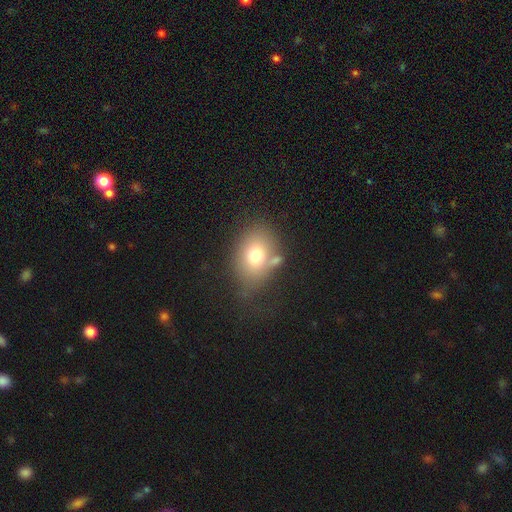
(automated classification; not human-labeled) Q: Smooth or featured?
A: smooth (72%); runner-up: featured or disk (17%)
Q: How rounded?
A: in between (70%); runner-up: round (29%)
Q: Merging?
A: none (53%); runner-up: minor disturbance (21%)